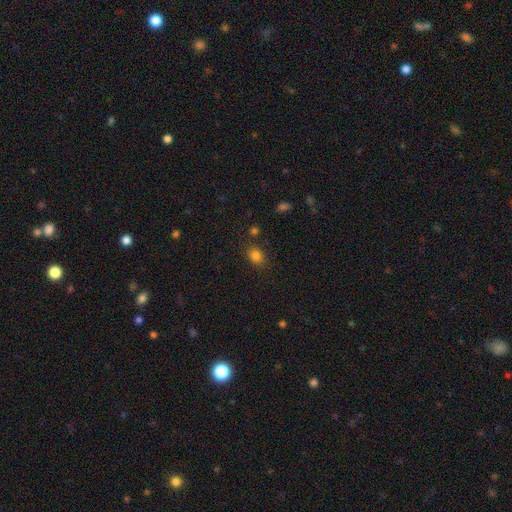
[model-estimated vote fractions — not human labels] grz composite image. It shows a smooth galaxy with no disk features (81%) that is in between round and cigar-shaped (64%). Merging: none (82%).